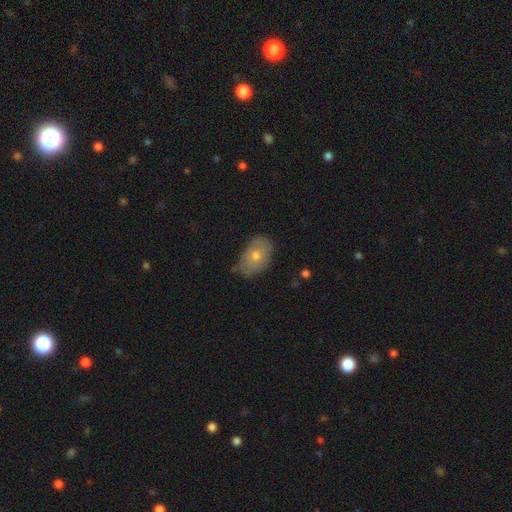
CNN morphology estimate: Q: Smooth or featured?
A: smooth (62%); runner-up: featured or disk (30%)
Q: How rounded?
A: in between (85%); runner-up: round (13%)
Q: Merging?
A: none (67%); runner-up: minor disturbance (26%)